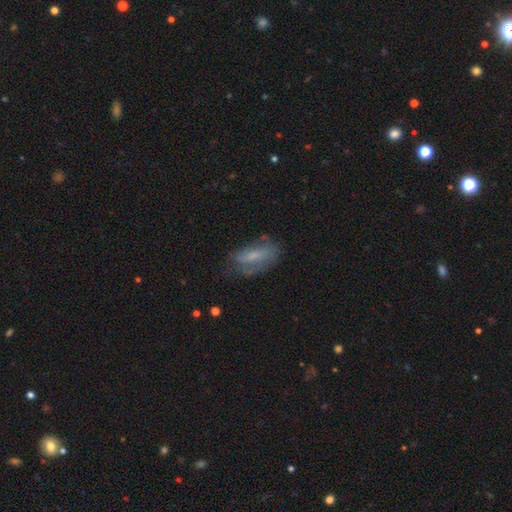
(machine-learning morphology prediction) Q: Smooth or featured?
A: smooth (52%); runner-up: featured or disk (38%)
Q: How rounded?
A: in between (77%); runner-up: cigar-shaped (19%)
Q: Merging?
A: none (54%); runner-up: minor disturbance (27%)